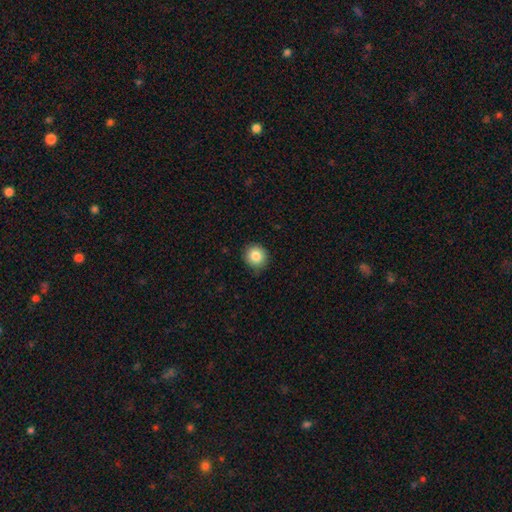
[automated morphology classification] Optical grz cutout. It shows a smooth galaxy with no disk features (85%) that is round (89%). Merging: none (86%).